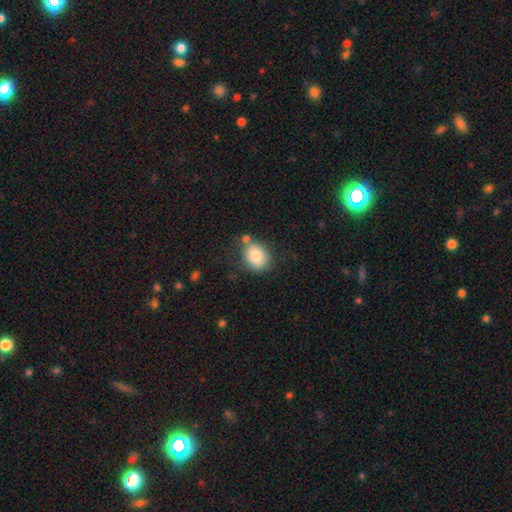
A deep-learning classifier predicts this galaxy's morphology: Q: Smooth or featured?
A: smooth (81%); runner-up: featured or disk (10%)
Q: How rounded?
A: in between (52%); runner-up: round (47%)
Q: Merging?
A: none (70%); runner-up: minor disturbance (15%)